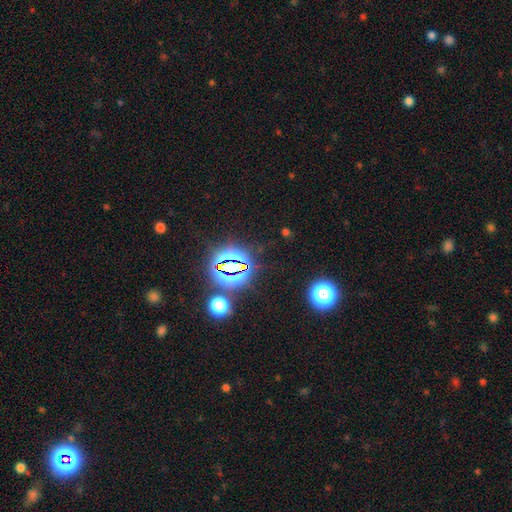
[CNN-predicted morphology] smooth_or_featured: star or artifact (p=0.81) [alt: smooth p=0.12]